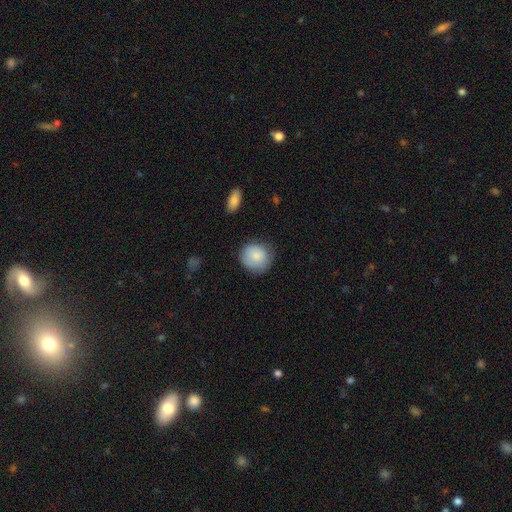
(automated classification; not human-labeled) smooth 84%, featured or disk 9%, star or artifact 7%. Down the decision tree: how rounded — round (84%); merging — none (72%).